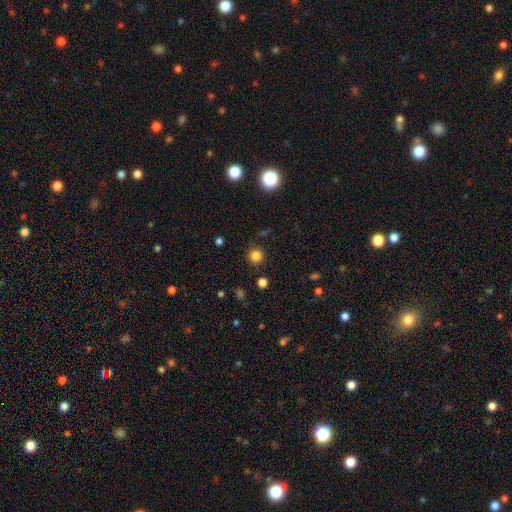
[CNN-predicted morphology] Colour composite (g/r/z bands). It shows a smooth galaxy with no disk features (80%) that is round (94%). Merging: none (86%).